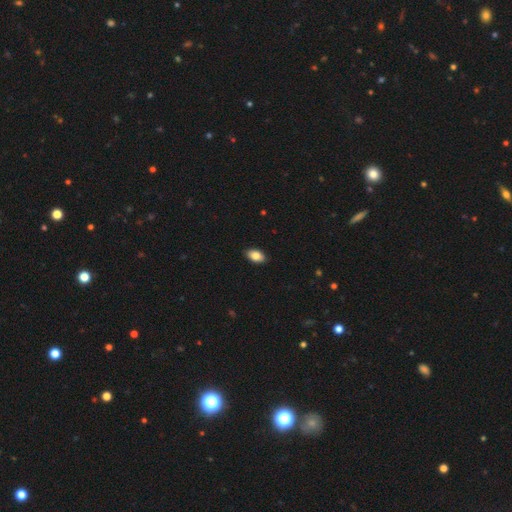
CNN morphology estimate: smooth_or_featured: smooth (p=0.86) [alt: star or artifact p=0.07]
how_rounded: in between (p=0.93) [alt: round p=0.06]
merging: none (p=0.90) [alt: minor disturbance p=0.08]